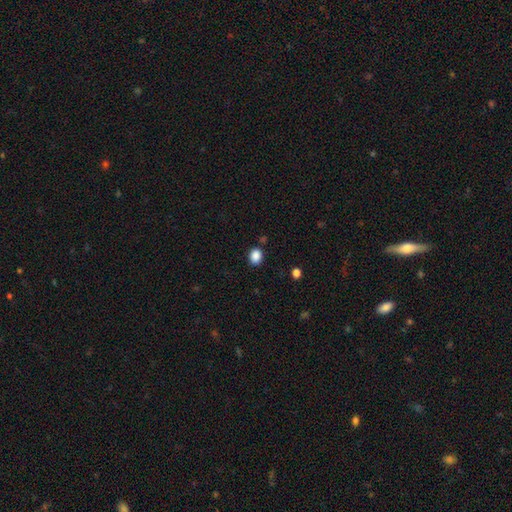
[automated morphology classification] This appears to be a smooth galaxy with no disk features (88%) that is in between round and cigar-shaped (56%). Merging: none (84%).